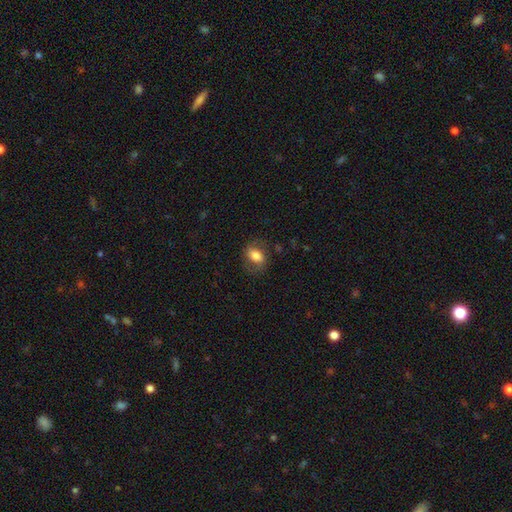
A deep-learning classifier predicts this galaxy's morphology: type=smooth (66%); roundness=in between (78%); merging=none (69%).